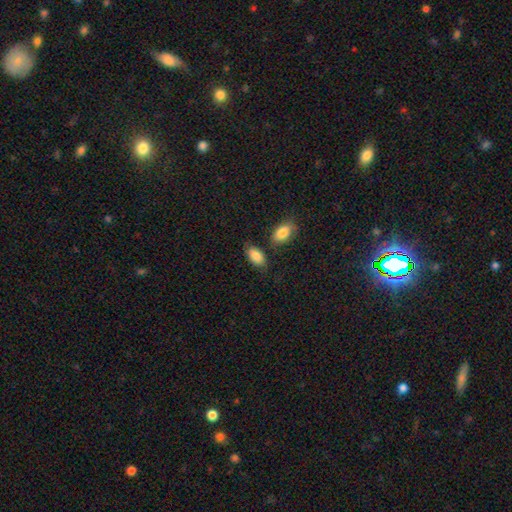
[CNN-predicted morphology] smooth_or_featured: smooth (p=0.86) [alt: featured or disk p=0.07]
how_rounded: in between (p=0.93) [alt: round p=0.04]
merging: none (p=0.68) [alt: minor disturbance p=0.19]